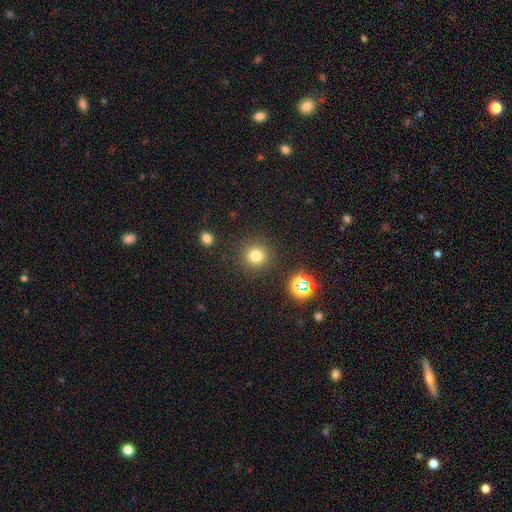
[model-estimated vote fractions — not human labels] This appears to be a smooth galaxy with no disk features (76%) that is round (94%). Merging: none (88%).